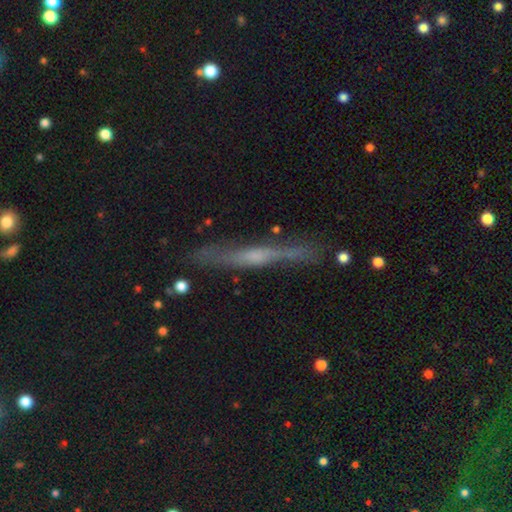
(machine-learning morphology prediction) A featured or disk galaxy (61%) viewed edge-on (90%) with a rounded central bulge (45%).

Vote fractions:
- Smooth or featured? featured or disk: 61% / smooth: 31% / star or artifact: 8%
- Edge-on disk? yes: 90% / no: 10%
- Edge-on bulge? rounded: 45% / none: 36% / boxy: 19%
- Merging? none: 73% / minor disturbance: 17% / major disturbance: 6% / merger: 3%